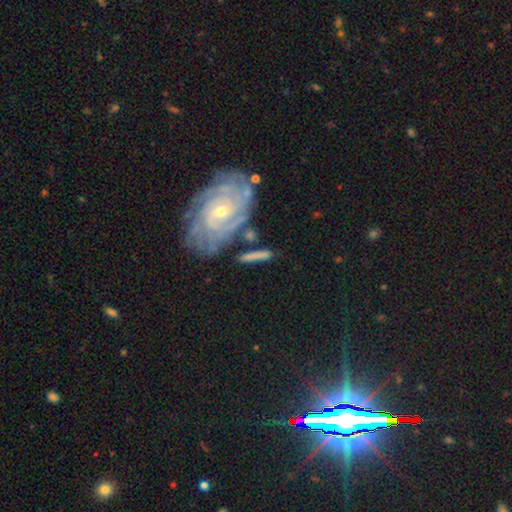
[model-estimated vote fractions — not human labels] A featured or disk galaxy (55%). Merging: none (68%).